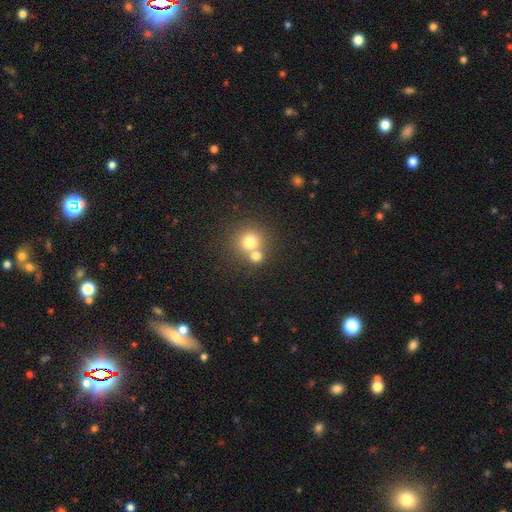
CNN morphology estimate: A smooth galaxy with no disk features (75%) that is round (87%). Merging: none (47%).